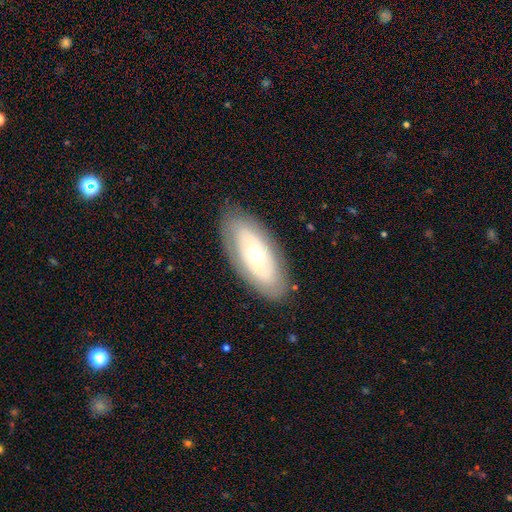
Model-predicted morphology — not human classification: Overall: featured or disk (54%; smooth 40%). Edge-on disk: no (86%). Merging: none (82%).